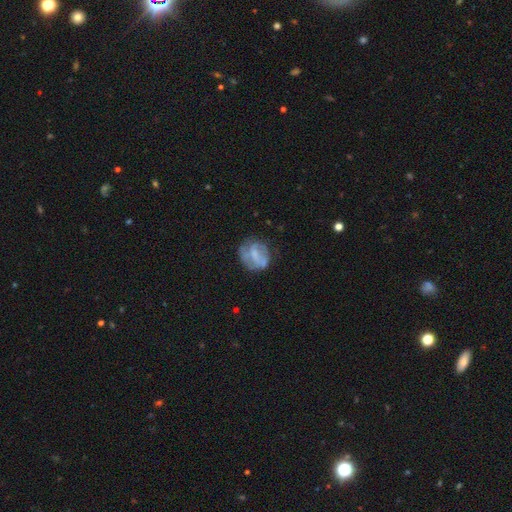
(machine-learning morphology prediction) This is possibly a featured or disk galaxy (51%). It is clearly not viewed edge-on (97%). Merging: possibly none (58%).